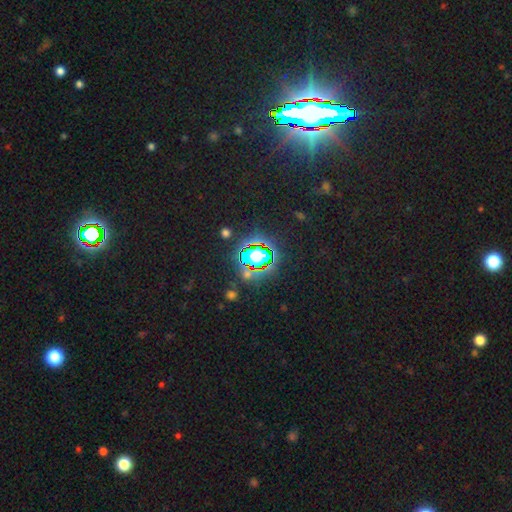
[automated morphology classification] smooth_or_featured: star or artifact (p=0.70) [alt: smooth p=0.18]